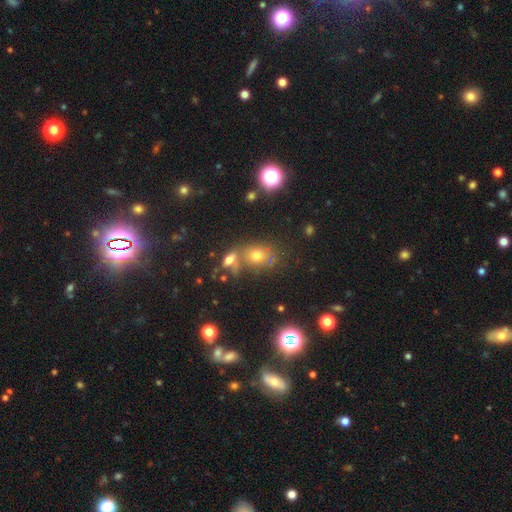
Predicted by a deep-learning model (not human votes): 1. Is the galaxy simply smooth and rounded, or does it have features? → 45% star or artifact, 44% smooth, 11% featured or disk.